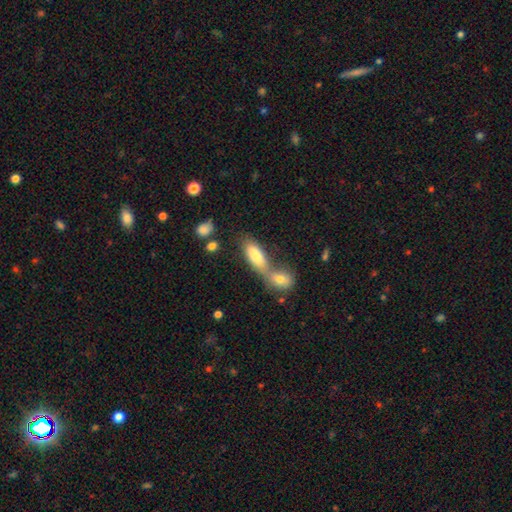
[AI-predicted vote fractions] smooth_or_featured: smooth (p=0.78) [alt: featured or disk p=0.14]
how_rounded: in between (p=0.78) [alt: cigar-shaped p=0.19]
merging: merger (p=0.61) [alt: none p=0.27]